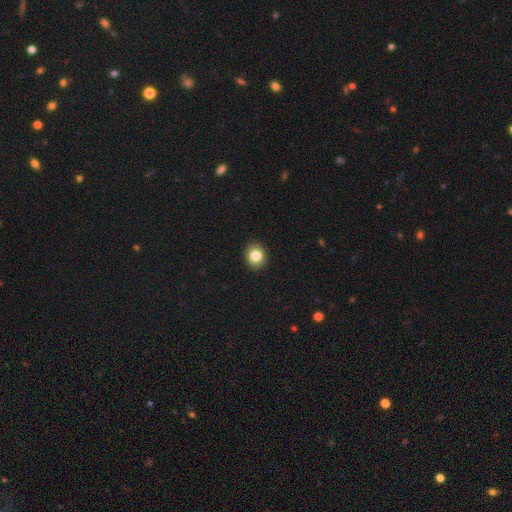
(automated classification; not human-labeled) This is clearly a smooth galaxy (83%). How rounded: likely round (68%). Merging: clearly none (92%).